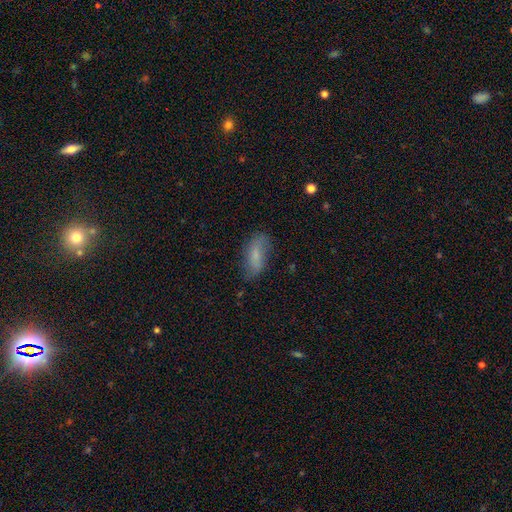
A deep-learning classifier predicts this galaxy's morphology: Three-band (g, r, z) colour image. It shows a smooth galaxy with no disk features (69%) that is in between round and cigar-shaped (79%). Merging: none (66%).